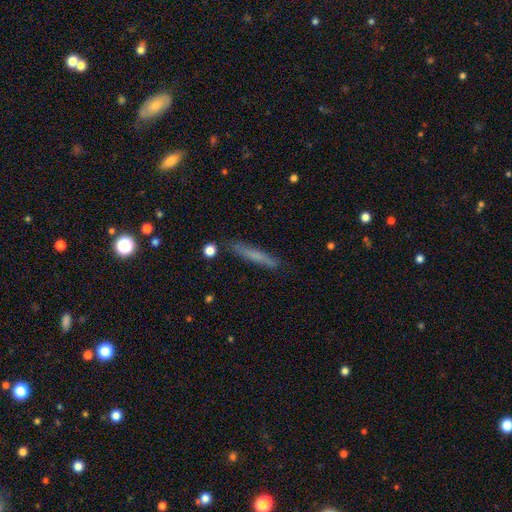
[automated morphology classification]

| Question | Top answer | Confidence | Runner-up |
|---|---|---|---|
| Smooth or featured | smooth | 61% | featured or disk (31%) |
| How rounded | cigar-shaped | 95% | in between (4%) |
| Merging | none | 85% | minor disturbance (10%) |